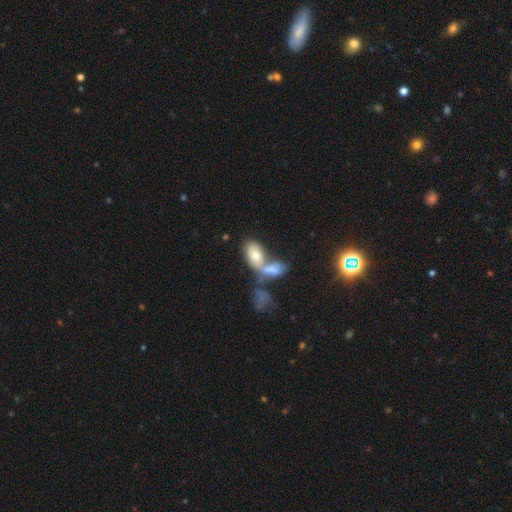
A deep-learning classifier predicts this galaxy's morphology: Smooth or featured? Predicted: smooth (p=0.70). How rounded? Predicted: in between (p=0.91). Merging? Predicted: merger (p=0.57).